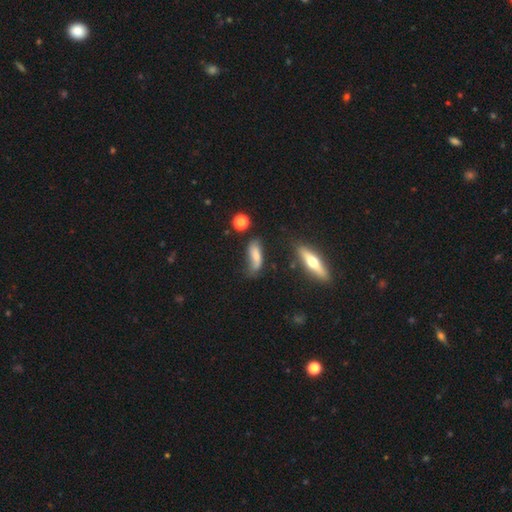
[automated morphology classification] A smooth galaxy with no disk features (60%) that is in between round and cigar-shaped (60%).

Vote fractions:
- Smooth or featured? smooth: 60% / featured or disk: 31% / star or artifact: 9%
- How rounded? in between: 60% / cigar-shaped: 36% / round: 4%
- Merging? none: 44% / minor disturbance: 32% / major disturbance: 16% / merger: 8%